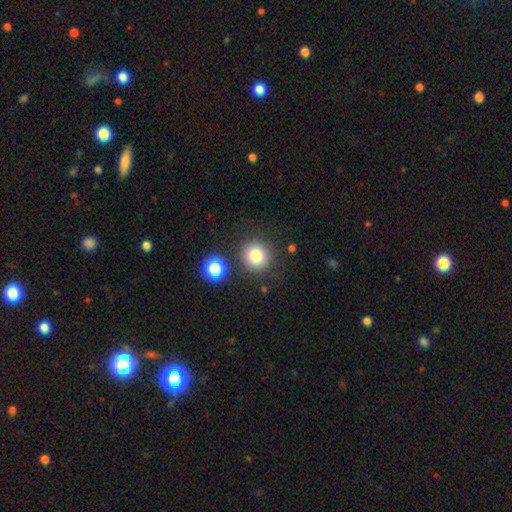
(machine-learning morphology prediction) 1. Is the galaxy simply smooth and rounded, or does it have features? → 78% smooth, 13% star or artifact, 9% featured or disk.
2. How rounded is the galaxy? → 93% round, 6% in between, 1% cigar-shaped.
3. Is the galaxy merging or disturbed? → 84% none, 8% minor disturbance, 5% merger, 3% major disturbance.